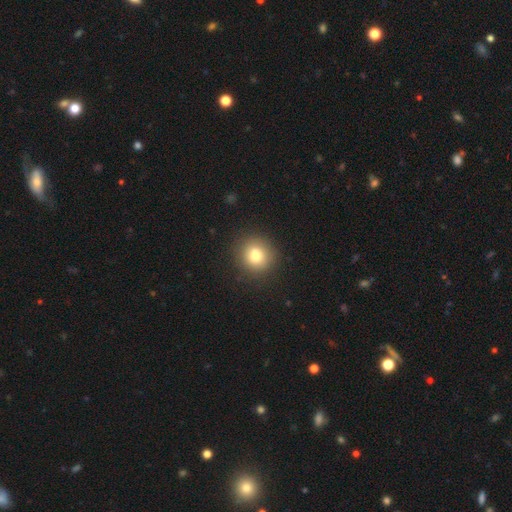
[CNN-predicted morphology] Q: Smooth or featured?
A: smooth (79%); runner-up: star or artifact (12%)
Q: How rounded?
A: round (87%); runner-up: in between (12%)
Q: Merging?
A: none (85%); runner-up: minor disturbance (9%)